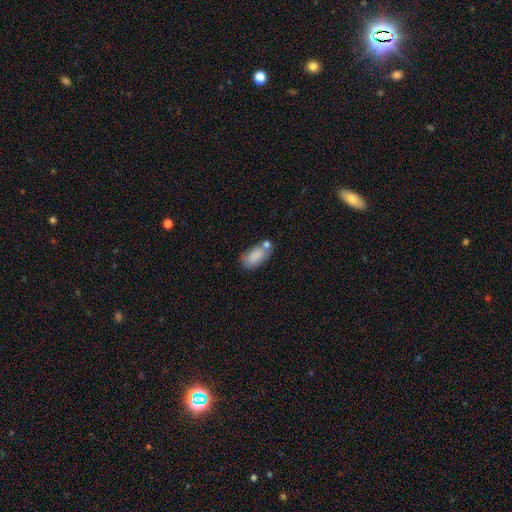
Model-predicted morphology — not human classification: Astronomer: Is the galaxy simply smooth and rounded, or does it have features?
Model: smooth — 82%.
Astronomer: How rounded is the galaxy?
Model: in between — 92%.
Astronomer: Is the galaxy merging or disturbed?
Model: none — 46% (runner-up: merger, 27%).